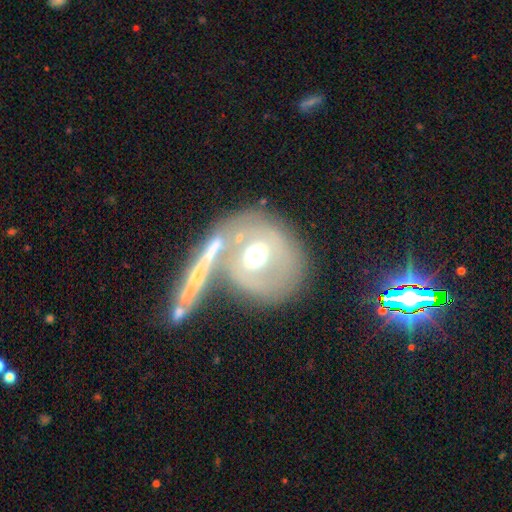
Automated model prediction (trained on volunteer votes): smooth-or-featured: featured or disk: 54% | smooth: 36% | star or artifact: 9%
  disk-edge-on: no: 87% | yes: 13%
  merging: none: 46% | merger: 28% | minor disturbance: 14% | major disturbance: 12%